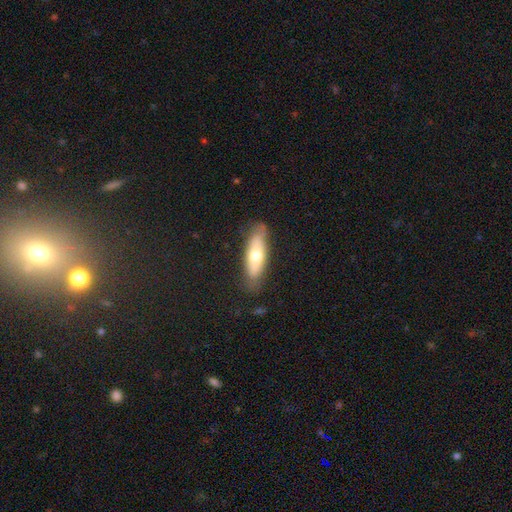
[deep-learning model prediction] This appears to be a smooth galaxy with no disk features (62%) that is cigar-shaped (49%, tied with in between). Merging: none (78%).